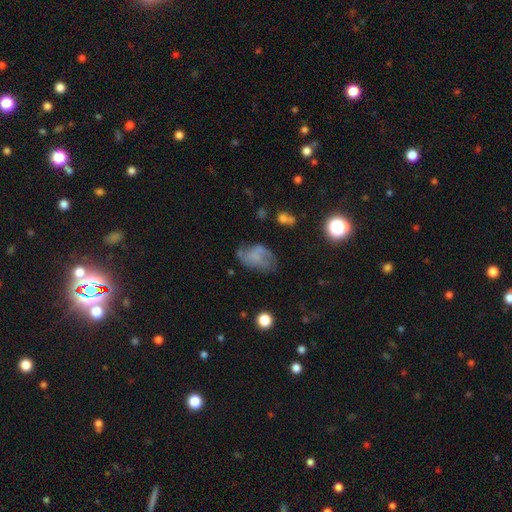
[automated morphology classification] A smooth galaxy with no disk features (44%). Merging: none (41%).